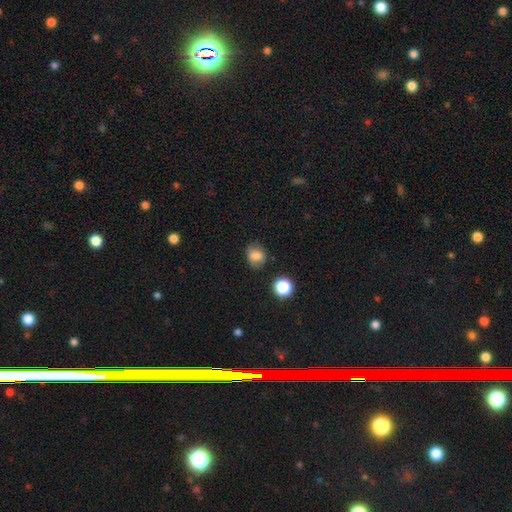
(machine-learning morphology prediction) A smooth galaxy with no disk features (78%) that is round (58%). Merging: none (72%).